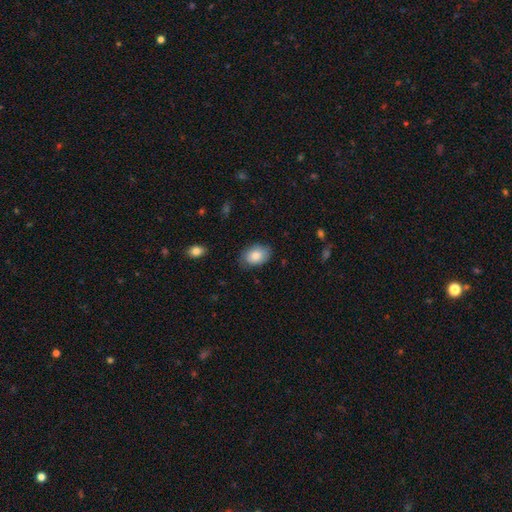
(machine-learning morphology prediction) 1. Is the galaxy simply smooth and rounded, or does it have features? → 83% smooth, 11% featured or disk, 7% star or artifact.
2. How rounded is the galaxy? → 83% in between, 16% round, 1% cigar-shaped.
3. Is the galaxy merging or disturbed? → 76% none, 19% minor disturbance, 4% major disturbance, 1% merger.